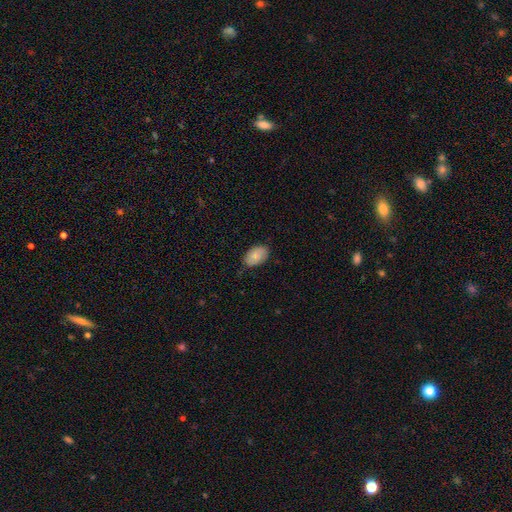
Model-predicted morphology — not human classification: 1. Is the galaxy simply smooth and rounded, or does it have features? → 84% smooth, 9% featured or disk, 6% star or artifact.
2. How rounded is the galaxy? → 93% in between, 6% round, 1% cigar-shaped.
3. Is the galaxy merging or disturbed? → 80% none, 16% minor disturbance, 3% major disturbance, 1% merger.